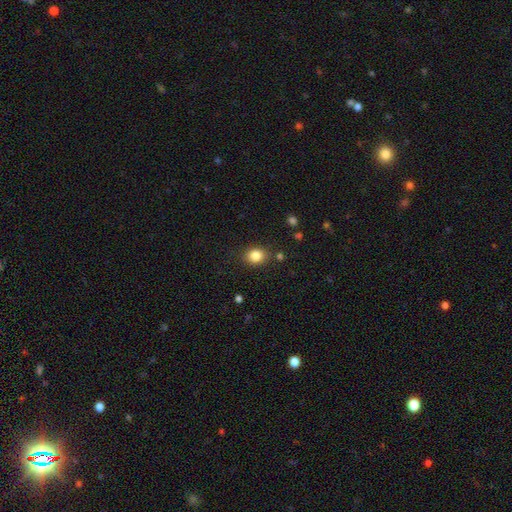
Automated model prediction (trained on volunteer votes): Q: Smooth or featured?
A: smooth (84%); runner-up: star or artifact (10%)
Q: How rounded?
A: round (56%); runner-up: in between (43%)
Q: Merging?
A: none (83%); runner-up: minor disturbance (11%)